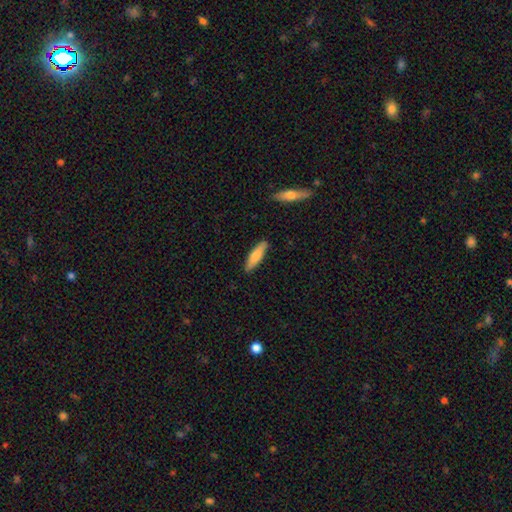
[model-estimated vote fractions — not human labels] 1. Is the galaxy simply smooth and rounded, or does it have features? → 77% smooth, 17% featured or disk, 5% star or artifact.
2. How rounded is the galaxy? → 65% cigar-shaped, 33% in between, 2% round.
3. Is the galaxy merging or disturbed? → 87% none, 10% minor disturbance, 2% major disturbance, 1% merger.